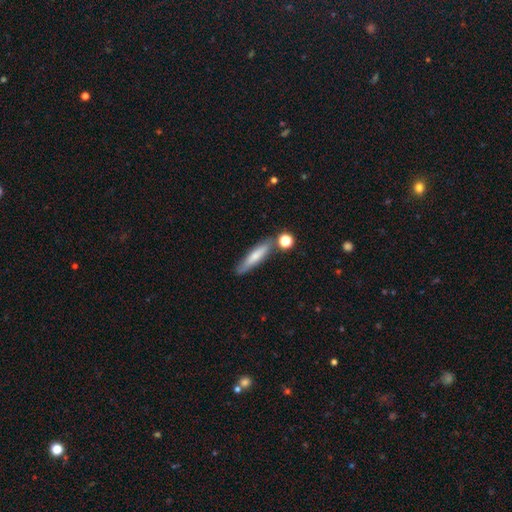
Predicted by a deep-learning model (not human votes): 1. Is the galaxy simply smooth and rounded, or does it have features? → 66% smooth, 28% featured or disk, 7% star or artifact.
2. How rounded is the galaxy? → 85% cigar-shaped, 13% in between, 2% round.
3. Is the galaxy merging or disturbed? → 73% none, 14% minor disturbance, 10% merger, 4% major disturbance.